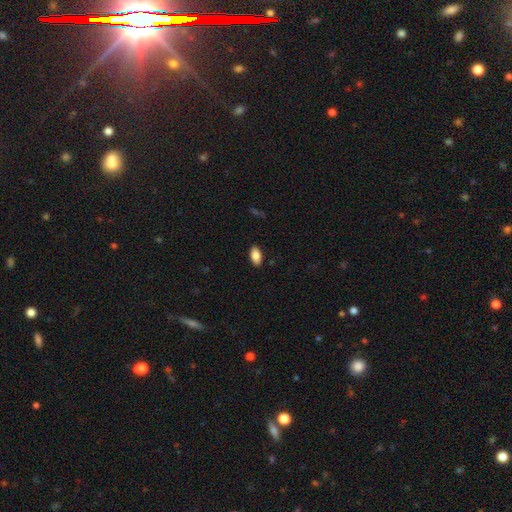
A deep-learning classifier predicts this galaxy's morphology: A smooth galaxy with no disk features (84%) that is in between round and cigar-shaped (92%).

Vote fractions:
- Smooth or featured? smooth: 84% / featured or disk: 9% / star or artifact: 7%
- How rounded? in between: 92% / cigar-shaped: 5% / round: 3%
- Merging? none: 89% / minor disturbance: 8% / major disturbance: 2% / merger: 1%